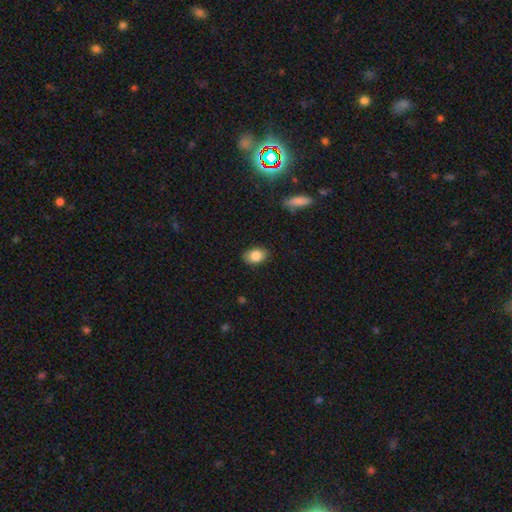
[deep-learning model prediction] Q: Smooth or featured?
A: smooth (85%); runner-up: star or artifact (8%)
Q: How rounded?
A: in between (82%); runner-up: round (16%)
Q: Merging?
A: none (85%); runner-up: minor disturbance (11%)